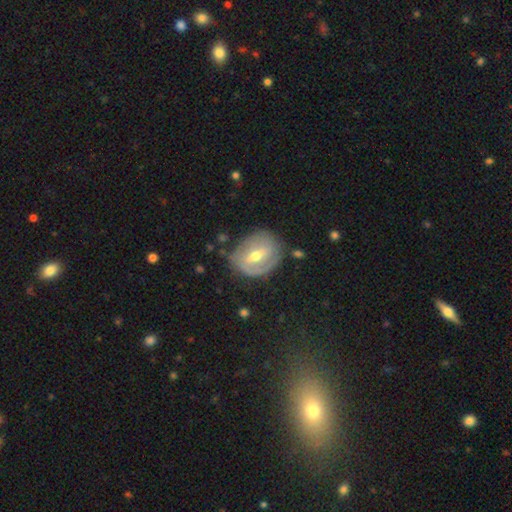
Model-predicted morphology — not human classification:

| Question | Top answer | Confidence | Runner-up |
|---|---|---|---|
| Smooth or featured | featured or disk | 70% | smooth (24%) |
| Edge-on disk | no | 94% | yes (6%) |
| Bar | weak | 48% | strong (36%) |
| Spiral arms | yes | 70% | no (30%) |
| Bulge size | moderate | 65% | small (30%) |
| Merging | none | 69% | minor disturbance (21%) |